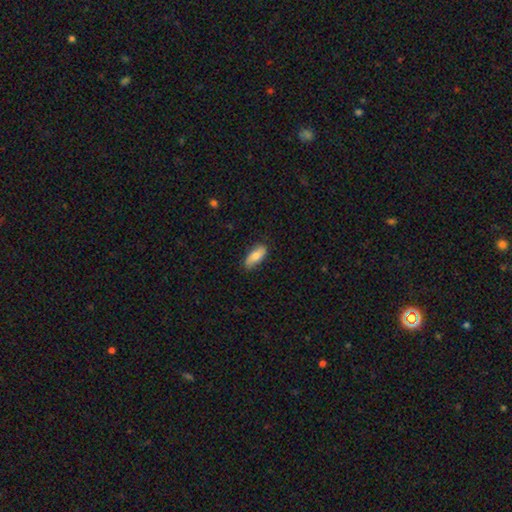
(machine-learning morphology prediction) This appears to be a smooth galaxy with no disk features (77%) that is in between round and cigar-shaped (78%). Merging: none (81%).